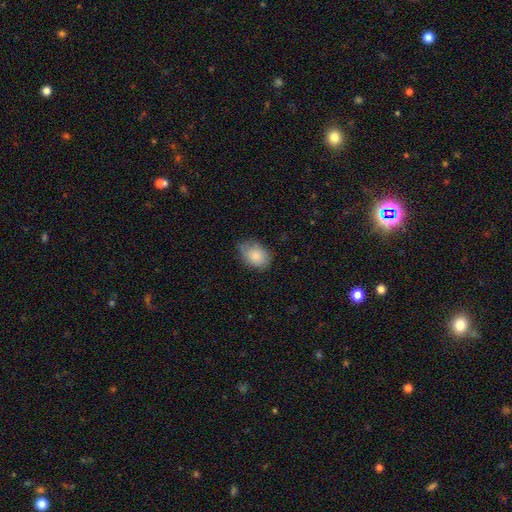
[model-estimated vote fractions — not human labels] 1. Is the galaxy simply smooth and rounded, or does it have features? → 83% smooth, 10% featured or disk, 7% star or artifact.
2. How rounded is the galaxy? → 82% in between, 17% round, 1% cigar-shaped.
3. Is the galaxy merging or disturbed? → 61% none, 31% minor disturbance, 6% major disturbance, 1% merger.